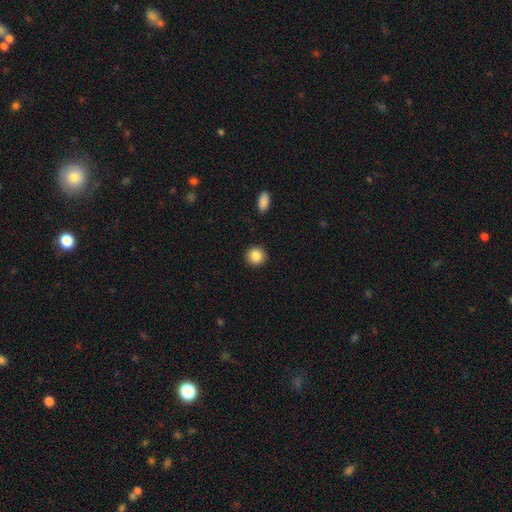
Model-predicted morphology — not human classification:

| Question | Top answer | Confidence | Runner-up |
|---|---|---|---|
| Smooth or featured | smooth | 86% | star or artifact (9%) |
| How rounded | round | 89% | in between (10%) |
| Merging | none | 92% | minor disturbance (5%) |